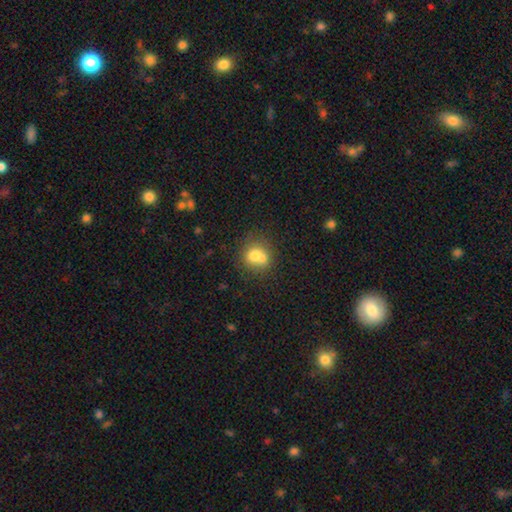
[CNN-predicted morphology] Smooth or featured? smooth (70%)
How rounded? round (71%)
Merging? merger (44%)